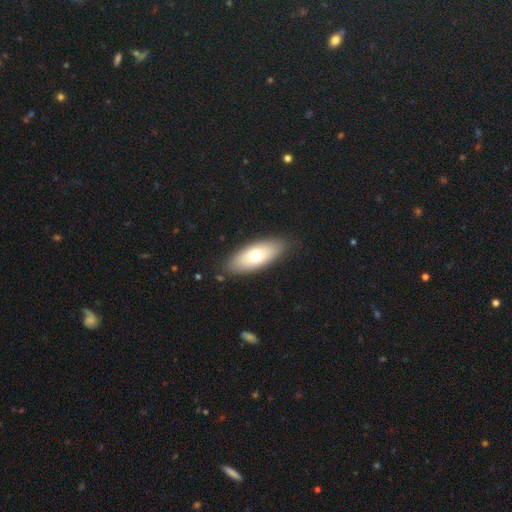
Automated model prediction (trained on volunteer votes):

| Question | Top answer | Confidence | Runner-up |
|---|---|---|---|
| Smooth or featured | smooth | 66% | featured or disk (27%) |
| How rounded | in between | 79% | cigar-shaped (18%) |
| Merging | none | 86% | minor disturbance (10%) |